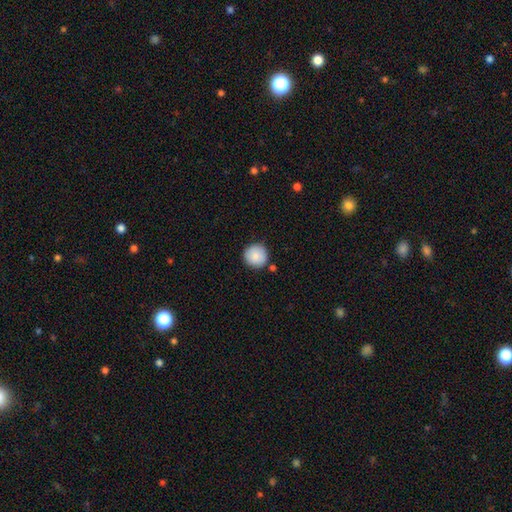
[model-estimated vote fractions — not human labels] A smooth galaxy with no disk features (87%) that is round (95%). Merging: none (84%).